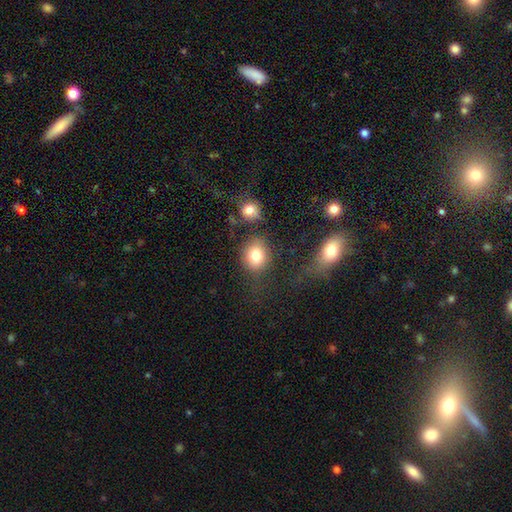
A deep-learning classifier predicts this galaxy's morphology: Smooth or featured? smooth (81%)
How rounded? round (67%)
Merging? none (67%)